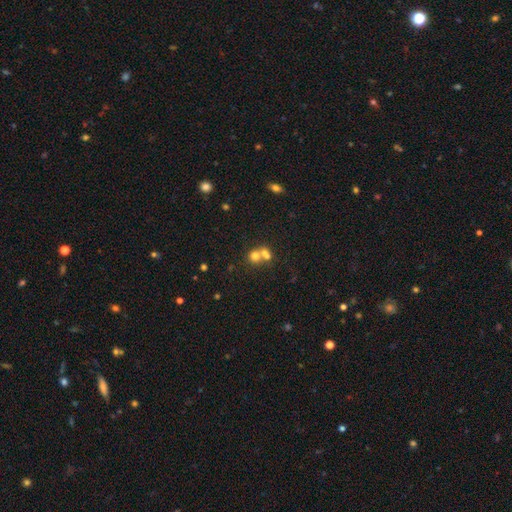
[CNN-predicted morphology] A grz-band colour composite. It shows a smooth galaxy with no disk features (69%) that is round (75%). Merging: merger (59%).